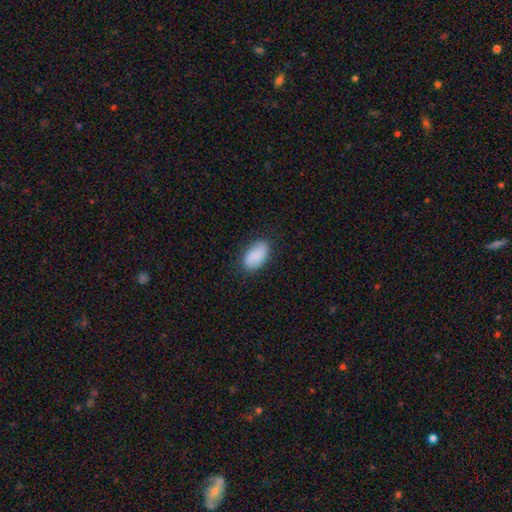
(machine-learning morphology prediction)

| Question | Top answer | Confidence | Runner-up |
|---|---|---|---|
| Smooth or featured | smooth | 86% | featured or disk (8%) |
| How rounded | in between | 94% | round (4%) |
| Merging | none | 81% | minor disturbance (14%) |